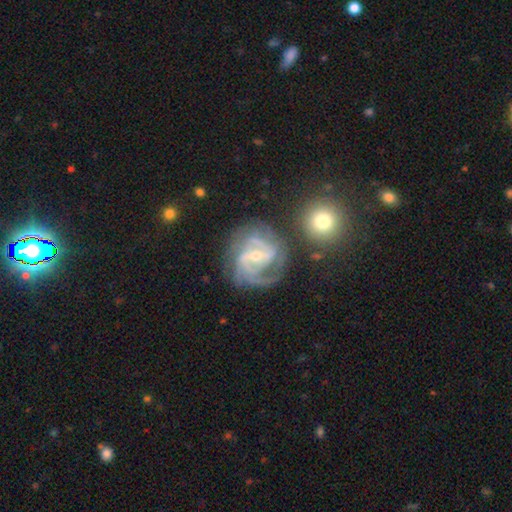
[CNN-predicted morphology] A featured or disk galaxy (89%) with a weak bar (43%), 3 (40%) tight (48%) spiral arms (97%) and a small central bulge (53%). Merging: none (61%).